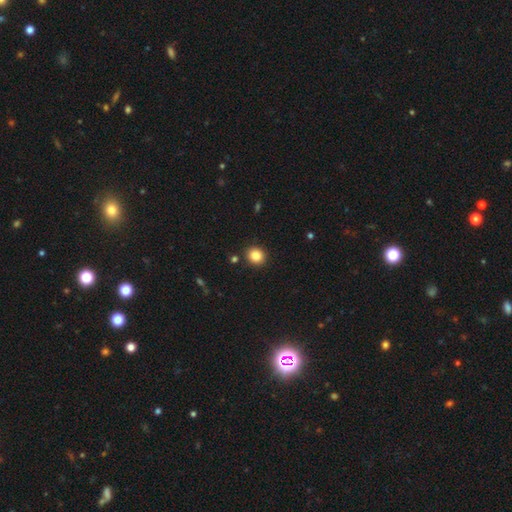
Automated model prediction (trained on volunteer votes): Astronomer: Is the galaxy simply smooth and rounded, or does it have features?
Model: smooth — 85%.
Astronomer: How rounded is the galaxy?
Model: round — 82%.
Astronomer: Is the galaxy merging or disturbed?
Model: none — 89%.